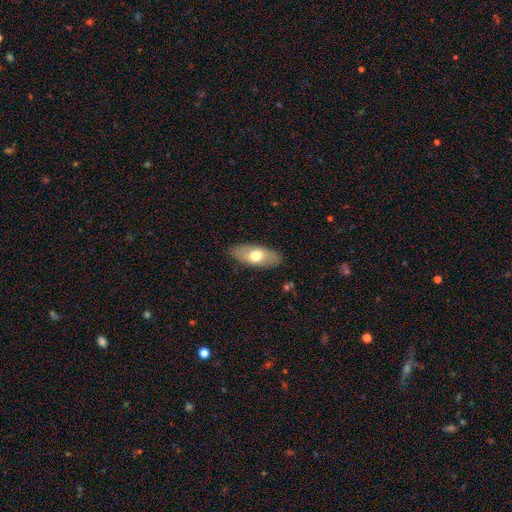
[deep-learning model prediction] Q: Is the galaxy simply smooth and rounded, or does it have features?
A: smooth — 63%.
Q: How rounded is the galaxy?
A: in between — 87%.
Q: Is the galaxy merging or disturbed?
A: none — 86%.